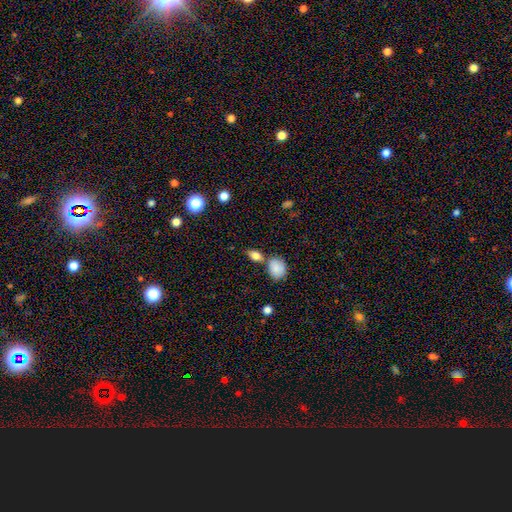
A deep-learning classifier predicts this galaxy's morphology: smooth_or_featured: smooth (p=0.78) [alt: featured or disk p=0.12]
how_rounded: in between (p=0.77) [alt: round p=0.16]
merging: none (p=0.57) [alt: merger p=0.26]